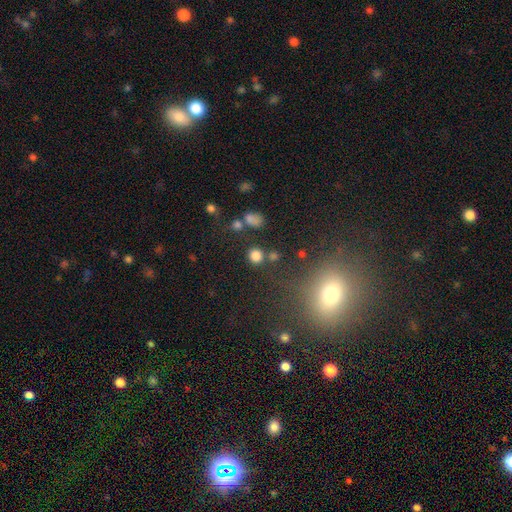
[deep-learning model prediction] This is likely a smooth galaxy (80%). How rounded: clearly round (87%). Merging: likely none (79%).